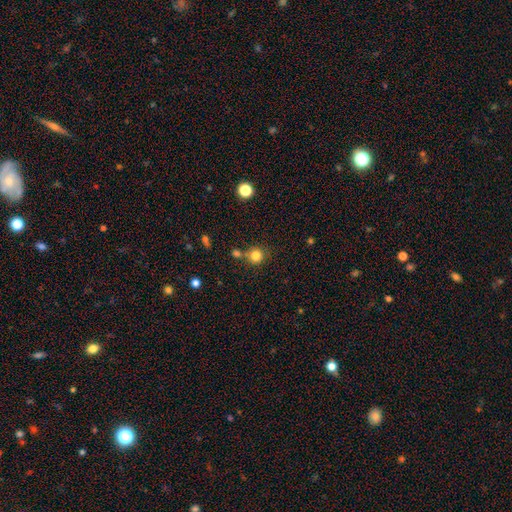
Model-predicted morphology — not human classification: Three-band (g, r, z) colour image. It shows a smooth galaxy with no disk features (81%) that is round (93%). Merging: none (72%).